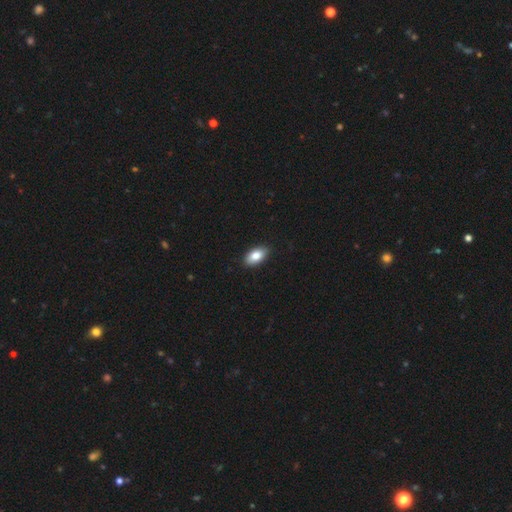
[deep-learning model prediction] Morphology: type=smooth (84%); roundness=in between (93%); merging=none (90%).